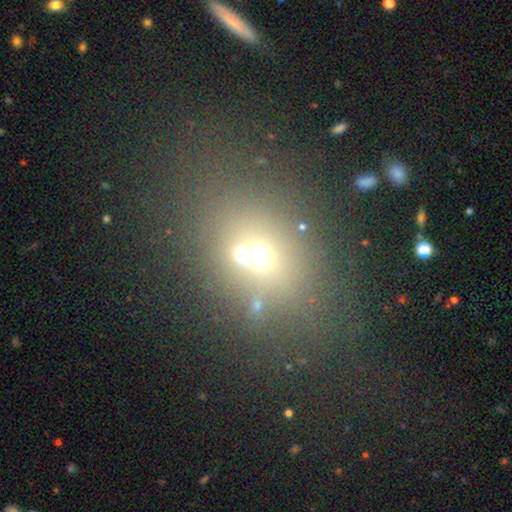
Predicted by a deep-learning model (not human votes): This appears to be a smooth galaxy with no disk features (57%) that is round (53%). Merging: none (50%).